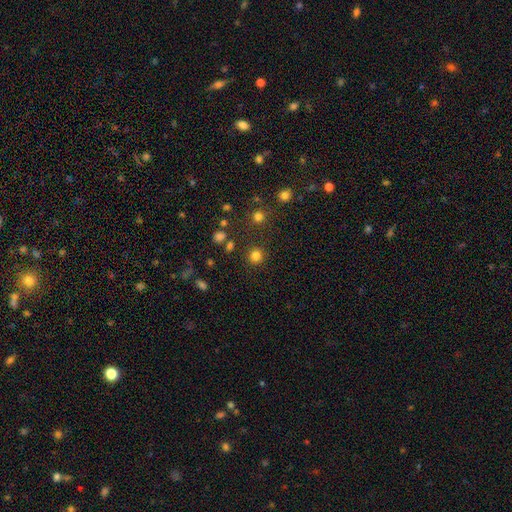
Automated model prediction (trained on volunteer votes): Smooth or featured?
  - smooth: 81% *
  - star or artifact: 15%
  - featured or disk: 5%
How rounded?
  - round: 92% *
  - in between: 7%
  - cigar-shaped: 1%
Merging?
  - none: 88% *
  - minor disturbance: 6%
  - merger: 3%
  - major disturbance: 3%